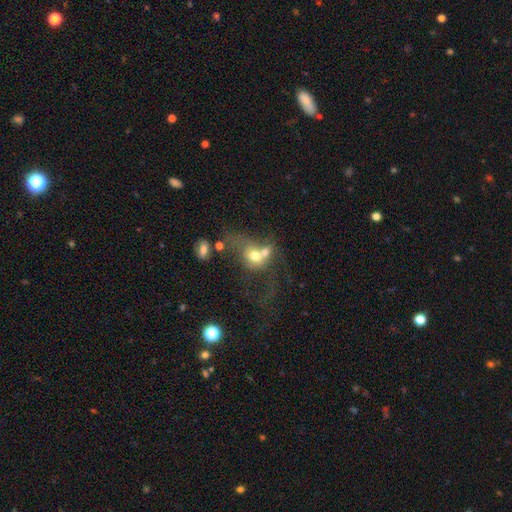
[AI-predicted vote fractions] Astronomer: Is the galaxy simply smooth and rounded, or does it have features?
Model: smooth — 60%.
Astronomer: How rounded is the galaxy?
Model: in between — 52% (runner-up: round, 46%).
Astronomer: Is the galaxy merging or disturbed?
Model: merger — 65%.